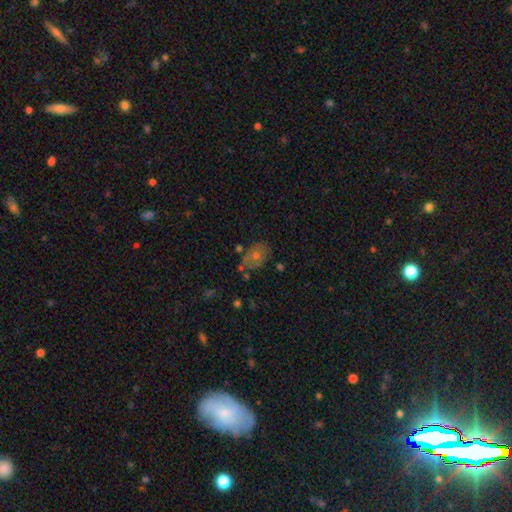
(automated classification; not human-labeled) Smooth or featured?
  - smooth: 50% *
  - featured or disk: 33%
  - star or artifact: 17%
How rounded?
  - in between: 74% *
  - round: 24%
  - cigar-shaped: 2%
Merging?
  - none: 68% *
  - minor disturbance: 20%
  - major disturbance: 6%
  - merger: 6%